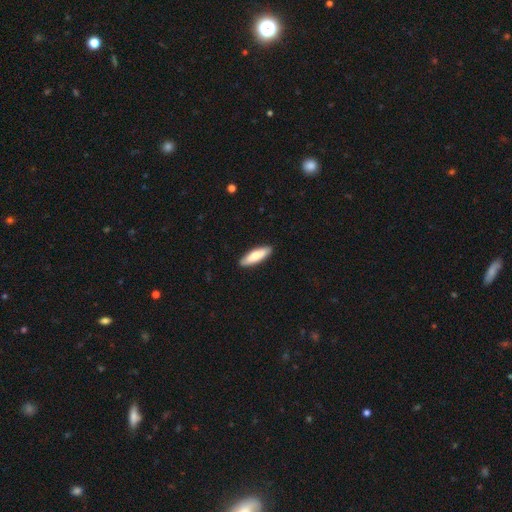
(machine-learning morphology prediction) smooth 77%, featured or disk 18%, star or artifact 5%. Down the decision tree: how rounded — cigar-shaped (55%); merging — none (90%).